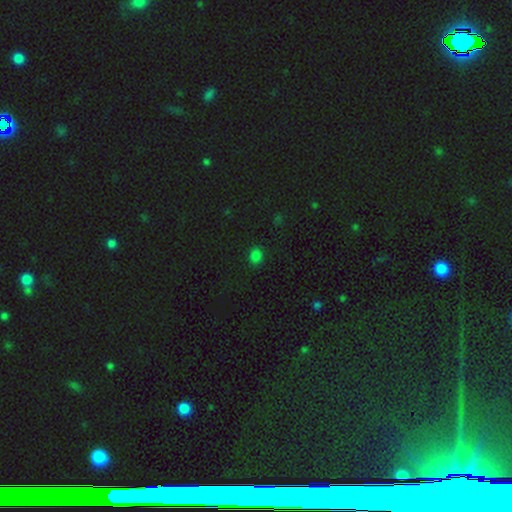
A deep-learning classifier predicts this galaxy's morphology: type=smooth (79%); roundness=round (54%); merging=none (89%).